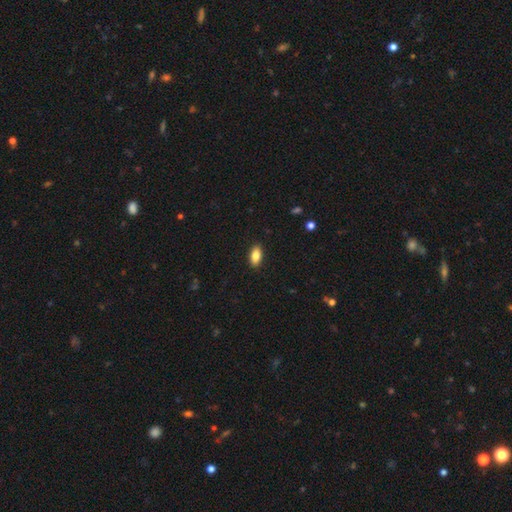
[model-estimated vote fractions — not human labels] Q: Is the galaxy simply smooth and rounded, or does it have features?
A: smooth — 85%.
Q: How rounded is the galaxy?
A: in between — 90%.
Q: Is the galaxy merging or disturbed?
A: none — 90%.